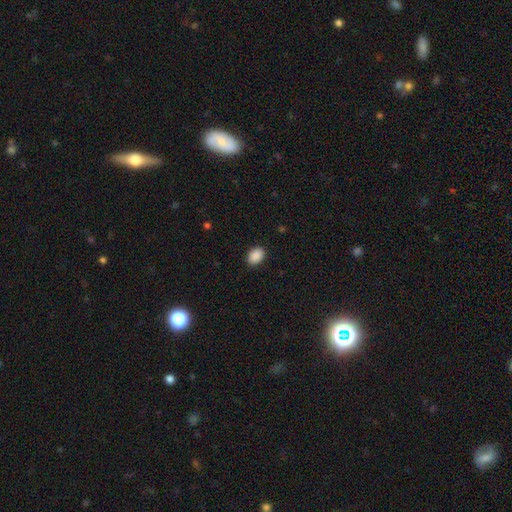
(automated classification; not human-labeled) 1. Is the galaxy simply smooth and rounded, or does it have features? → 90% smooth, 8% star or artifact, 2% featured or disk.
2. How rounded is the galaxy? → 78% in between, 21% round, 1% cigar-shaped.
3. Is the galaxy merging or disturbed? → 88% none, 9% minor disturbance, 2% major disturbance, 1% merger.